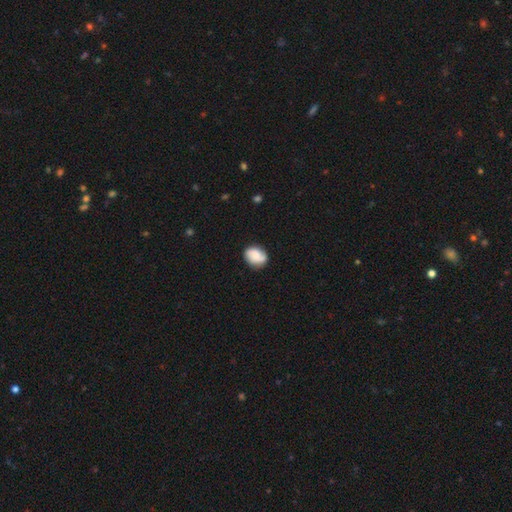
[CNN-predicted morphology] Overall: smooth (65%; featured or disk 26%). How rounded: round (51%; in between 48%). Merging: none (73%).